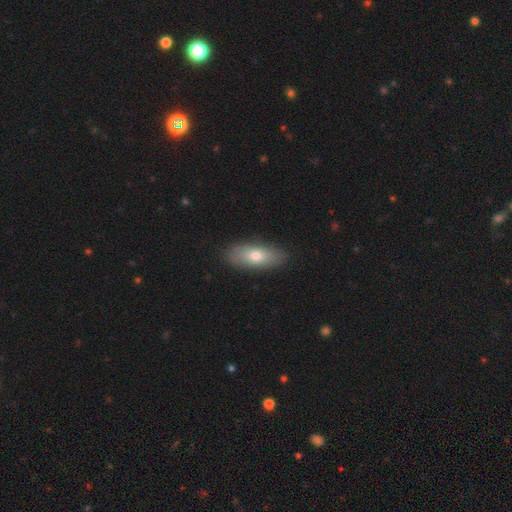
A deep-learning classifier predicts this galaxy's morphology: A smooth galaxy with no disk features (69%) that is in between round and cigar-shaped (79%). Merging: none (87%).